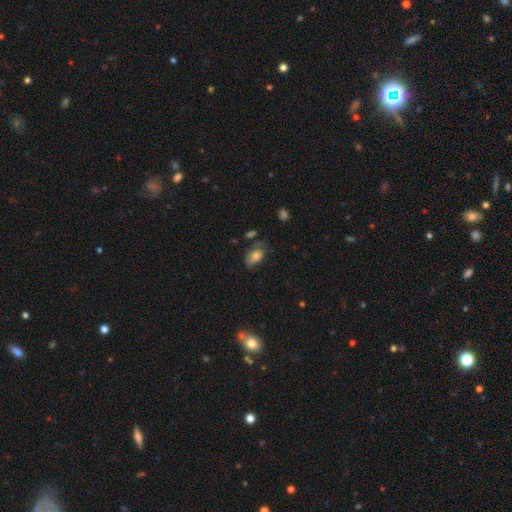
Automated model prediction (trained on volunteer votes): smooth-or-featured: smooth: 74% | featured or disk: 17% | star or artifact: 9%
  how-rounded: in between: 88% | round: 11% | cigar-shaped: 2%
  merging: none: 44% | minor disturbance: 33% | major disturbance: 17% | merger: 6%